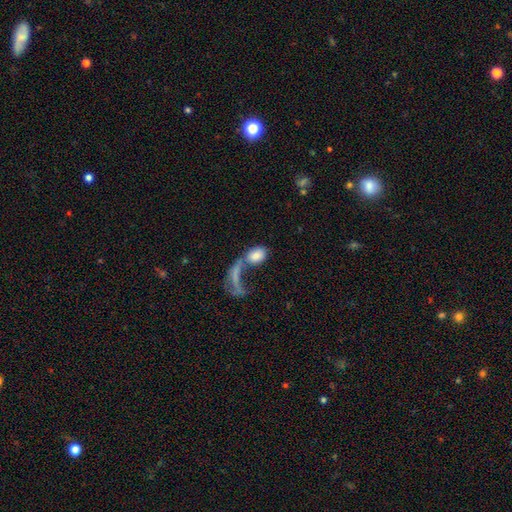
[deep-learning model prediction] Q: Smooth or featured?
A: smooth (73%); runner-up: featured or disk (19%)
Q: How rounded?
A: in between (82%); runner-up: round (13%)
Q: Merging?
A: merger (49%); runner-up: major disturbance (23%)